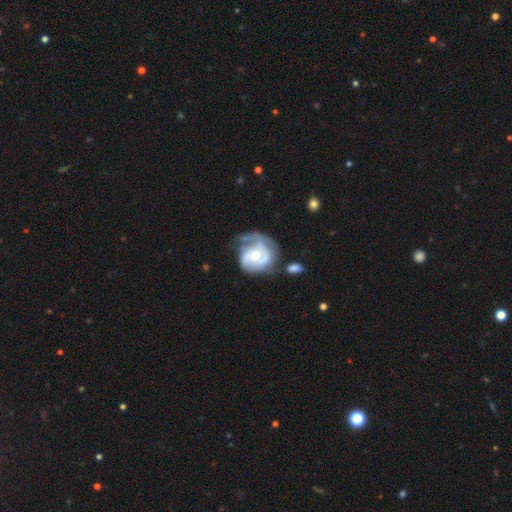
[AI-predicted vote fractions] A featured or disk galaxy (78%) with no bar (68%), 2 (46%) tight (50%) spiral arms (88%) and a moderate central bulge (66%). Merging: none (41%).